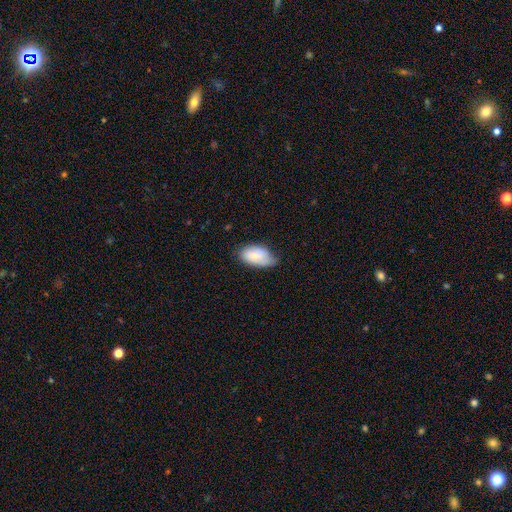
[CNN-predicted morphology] Smooth or featured?
  - smooth: 75% *
  - featured or disk: 18%
  - star or artifact: 7%
How rounded?
  - in between: 94% *
  - round: 4%
  - cigar-shaped: 2%
Merging?
  - none: 52% *
  - minor disturbance: 39%
  - major disturbance: 8%
  - merger: 2%